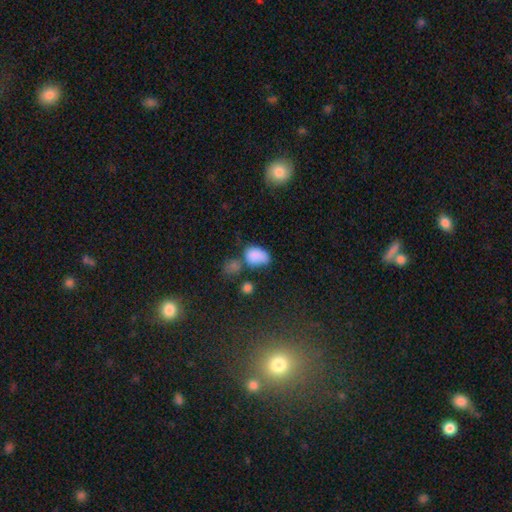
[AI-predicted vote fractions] smooth_or_featured: smooth (p=0.83) [alt: star or artifact p=0.10]
how_rounded: in between (p=0.87) [alt: round p=0.12]
merging: none (p=0.39) [alt: minor disturbance p=0.25]